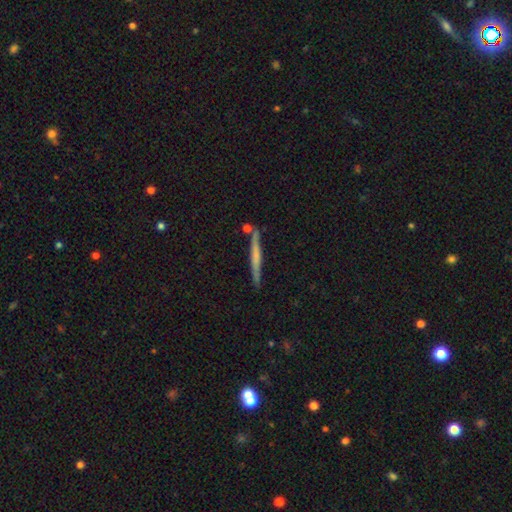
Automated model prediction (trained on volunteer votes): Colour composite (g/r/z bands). It shows a featured or disk galaxy (50%) viewed edge-on (97%). Merging: none (83%).